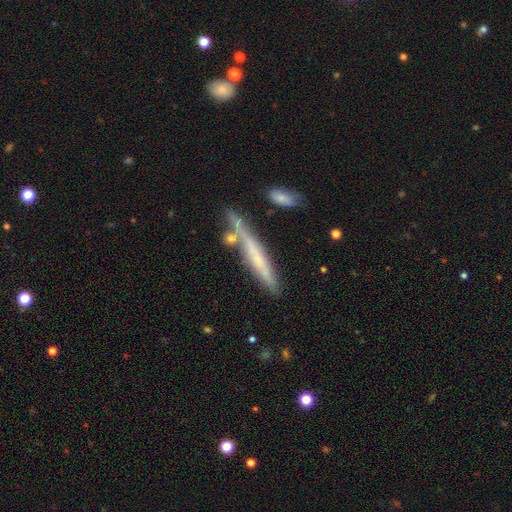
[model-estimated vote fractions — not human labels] smooth-or-featured: smooth: 48% | featured or disk: 45% | star or artifact: 7%
  merging: none: 71% | minor disturbance: 16% | merger: 9% | major disturbance: 4%